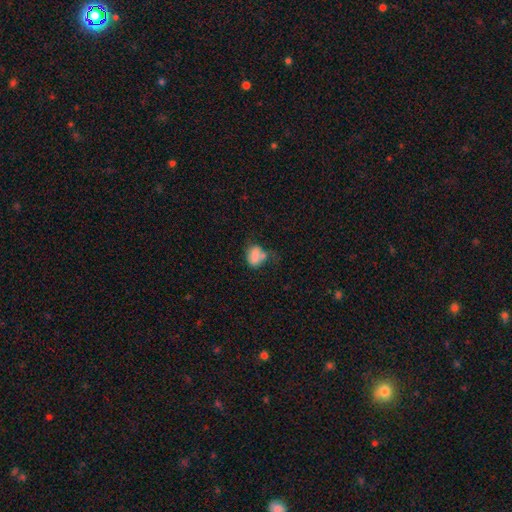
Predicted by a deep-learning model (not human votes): Q: Smooth or featured?
A: smooth (74%); runner-up: featured or disk (16%)
Q: How rounded?
A: in between (69%); runner-up: round (30%)
Q: Merging?
A: none (35%); runner-up: minor disturbance (28%)